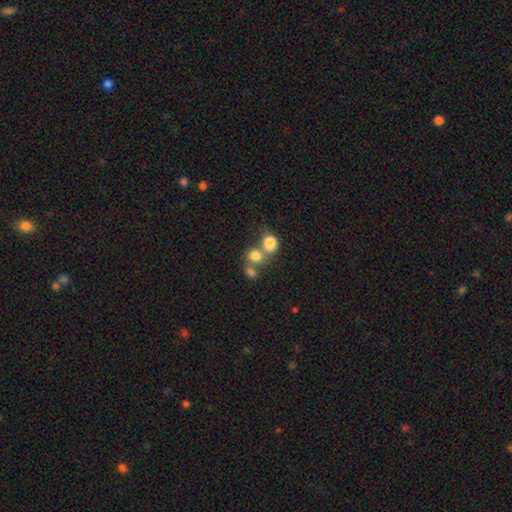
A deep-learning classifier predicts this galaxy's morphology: type=smooth (76%); roundness=round (70%); merging=merger (52%).